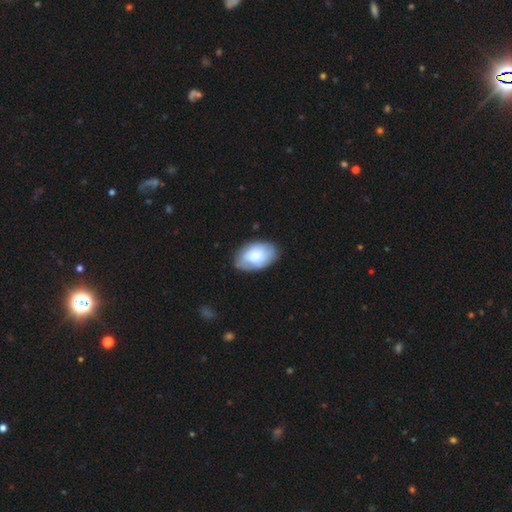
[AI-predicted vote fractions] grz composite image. It shows a smooth galaxy with no disk features (75%) that is in between round and cigar-shaped (92%). Merging: none (74%).